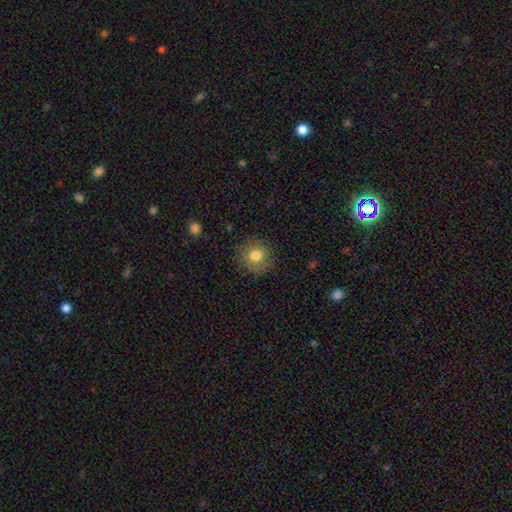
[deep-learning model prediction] Q: Smooth or featured?
A: smooth (79%); runner-up: featured or disk (11%)
Q: How rounded?
A: round (88%); runner-up: in between (11%)
Q: Merging?
A: none (83%); runner-up: minor disturbance (12%)